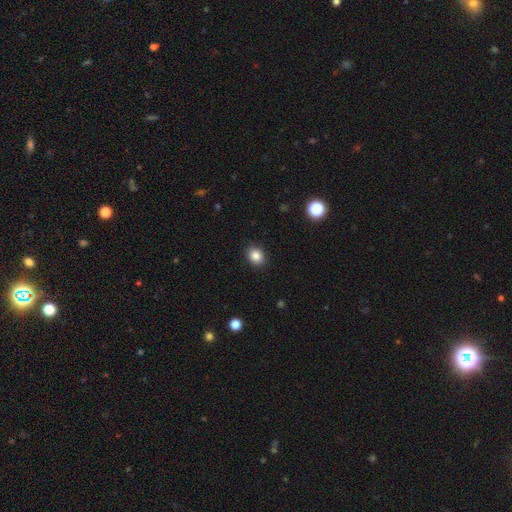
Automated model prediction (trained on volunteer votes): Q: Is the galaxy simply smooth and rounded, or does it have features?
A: smooth — 86%.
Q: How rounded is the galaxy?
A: round — 61%.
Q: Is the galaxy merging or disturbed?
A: none — 90%.